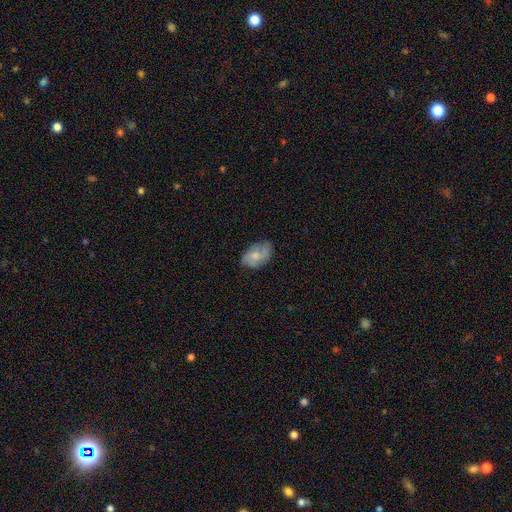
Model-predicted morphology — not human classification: Smooth or featured? smooth (57%)
How rounded? in between (86%)
Merging? none (63%)